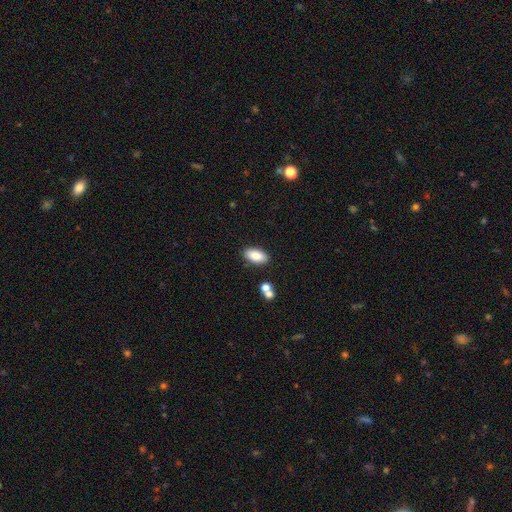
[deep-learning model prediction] Q: Smooth or featured?
A: smooth (84%); runner-up: featured or disk (8%)
Q: How rounded?
A: in between (91%); runner-up: cigar-shaped (6%)
Q: Merging?
A: none (84%); runner-up: minor disturbance (9%)